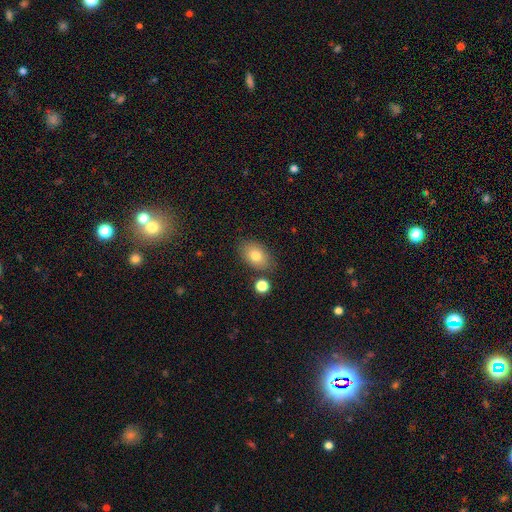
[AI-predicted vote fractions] Smooth or featured: smooth — 79% (featured or disk — 12%)
How rounded: in between — 87% (round — 12%)
Merging: none — 79% (minor disturbance — 12%)